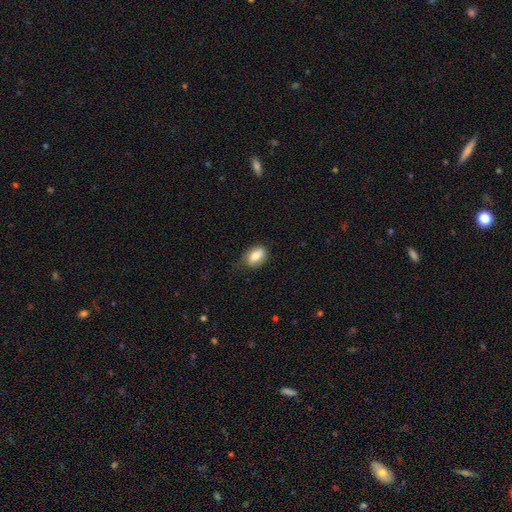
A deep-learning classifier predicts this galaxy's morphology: Smooth or featured? Predicted: smooth (p=0.79). How rounded? Predicted: in between (p=0.85). Merging? Predicted: none (p=0.60).